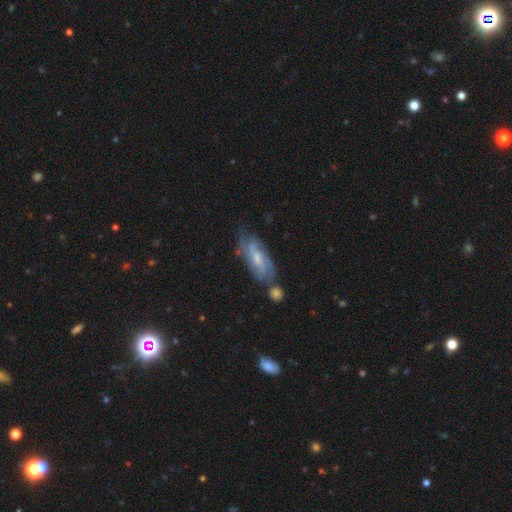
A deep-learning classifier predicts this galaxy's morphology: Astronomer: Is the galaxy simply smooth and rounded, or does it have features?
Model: featured or disk — 57%.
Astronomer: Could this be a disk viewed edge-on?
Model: no — 79%.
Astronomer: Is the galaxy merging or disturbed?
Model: none — 67%.